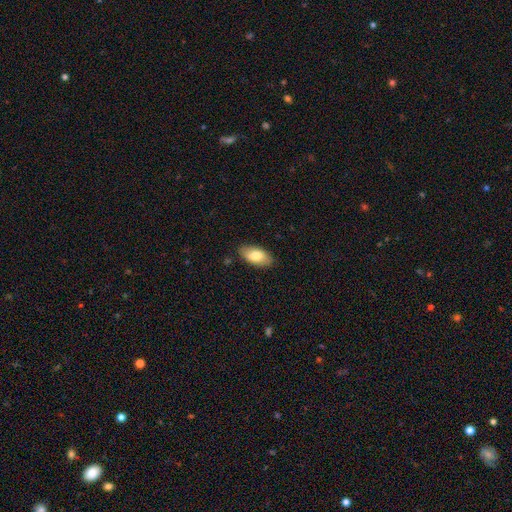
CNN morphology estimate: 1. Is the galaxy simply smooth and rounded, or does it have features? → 78% smooth, 15% featured or disk, 6% star or artifact.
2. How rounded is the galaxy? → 93% in between, 4% cigar-shaped, 3% round.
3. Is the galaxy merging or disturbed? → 86% none, 11% minor disturbance, 2% major disturbance, 1% merger.